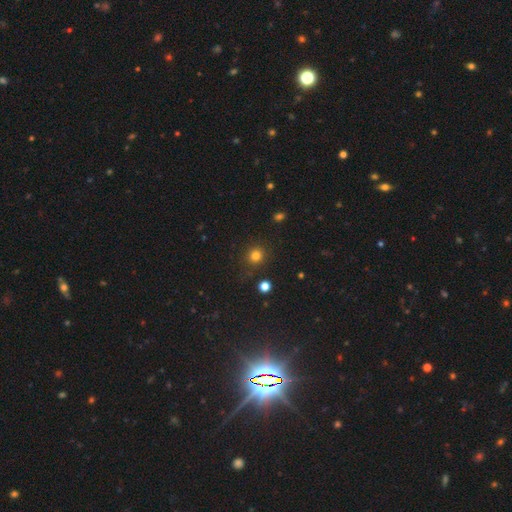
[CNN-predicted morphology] smooth 79%, star or artifact 15%, featured or disk 5%. Down the decision tree: how rounded — round (91%); merging — none (85%).